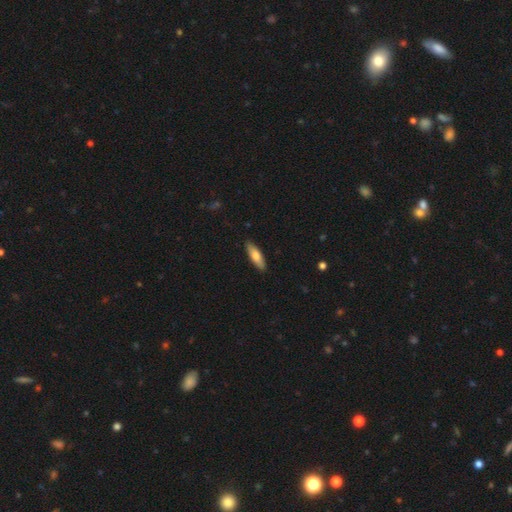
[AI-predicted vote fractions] Smooth or featured? Predicted: smooth (p=0.73). How rounded? Predicted: cigar-shaped (p=0.52). Merging? Predicted: none (p=0.88).